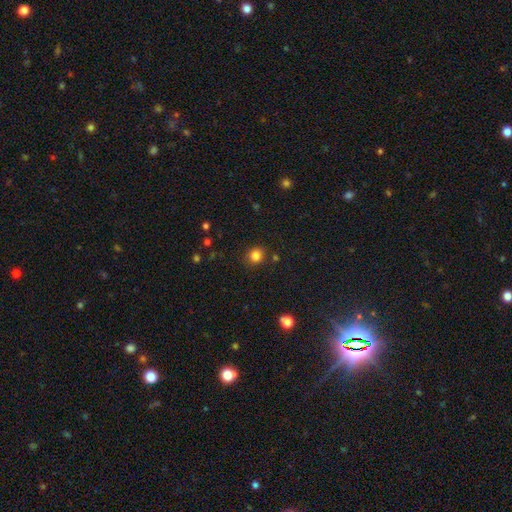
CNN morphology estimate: Smooth or featured? Predicted: smooth (p=0.82). How rounded? Predicted: round (p=0.80). Merging? Predicted: none (p=0.85).